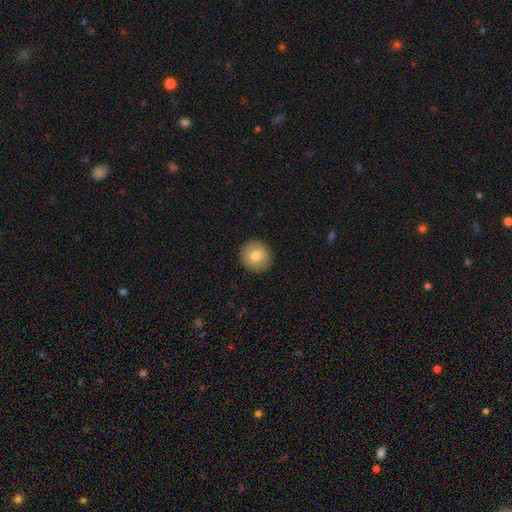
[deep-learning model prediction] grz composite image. It shows a smooth galaxy with no disk features (80%) that is round (93%). Merging: none (92%).